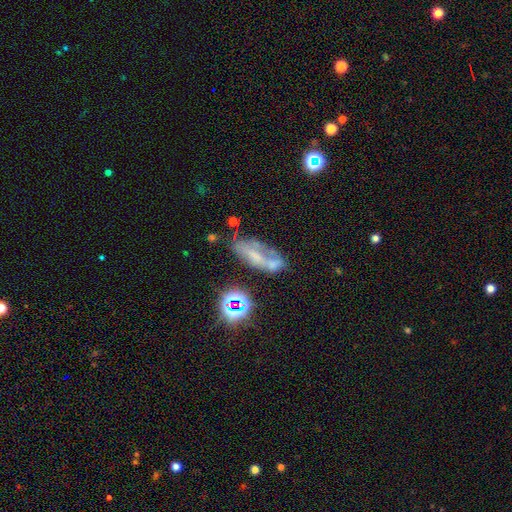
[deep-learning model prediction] A featured or disk galaxy (45%). Merging: none (41%).